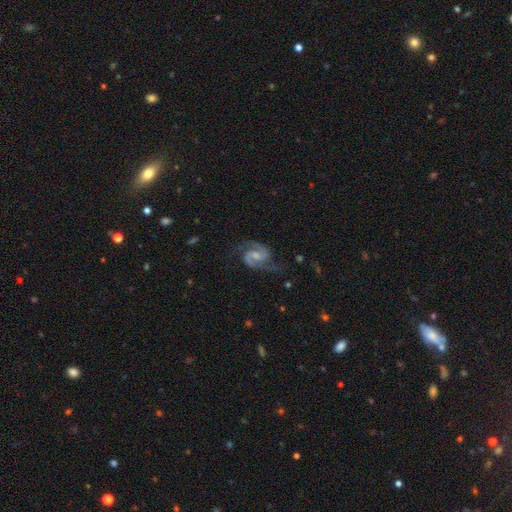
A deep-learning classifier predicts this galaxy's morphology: A featured or disk galaxy (91%) with a weak bar (50%), 2 (94%) medium (61%) spiral arms (98%) and a moderate central bulge (41%).

Vote fractions:
- Smooth or featured? featured or disk: 91% / star or artifact: 5% / smooth: 4%
- Edge-on disk? no: 98% / yes: 2%
- Bar? weak: 50% / no: 36% / strong: 13%
- Spiral arms? yes: 98% / no: 2%
- Spiral winding? medium: 61% / tight: 22% / loose: 17%
- Spiral arm count? 2: 94% / can't tell: 2% / 3: 1% / 1: 1% / 4: 1% / more than 4: 1%
- Bulge size? moderate: 41% / small: 38% / none: 16% / large: 4% / dominant: 1%
- Merging? none: 72% / minor disturbance: 18% / major disturbance: 8% / merger: 2%